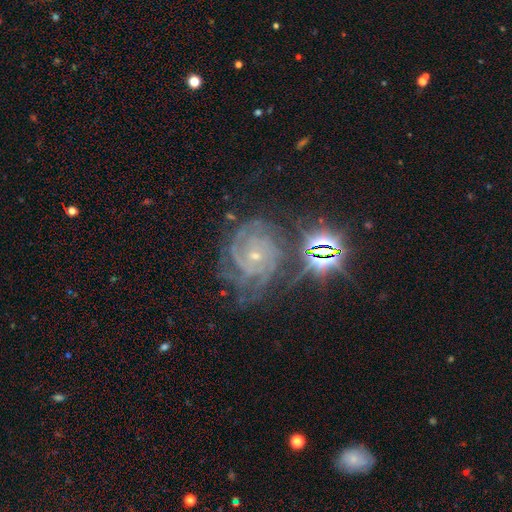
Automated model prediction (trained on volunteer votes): Smooth or featured?
  - featured or disk: 81% *
  - star or artifact: 14%
  - smooth: 5%
Edge-on disk?
  - no: 97% *
  - yes: 3%
Bar?
  - no: 74% *
  - weak: 18%
  - strong: 7%
Spiral arms?
  - yes: 98% *
  - no: 2%
Spiral winding?
  - tight: 77% *
  - medium: 20%
  - loose: 3%
Spiral arm count?
  - 3: 24% *
  - can't tell: 23%
  - 4: 20%
  - 2: 15%
  - more than 4: 11%
  - 1: 7%
Bulge size?
  - small: 80% *
  - moderate: 16%
  - none: 2%
  - large: 1%
  - dominant: 1%
Merging?
  - none: 67% *
  - minor disturbance: 19%
  - major disturbance: 10%
  - merger: 3%